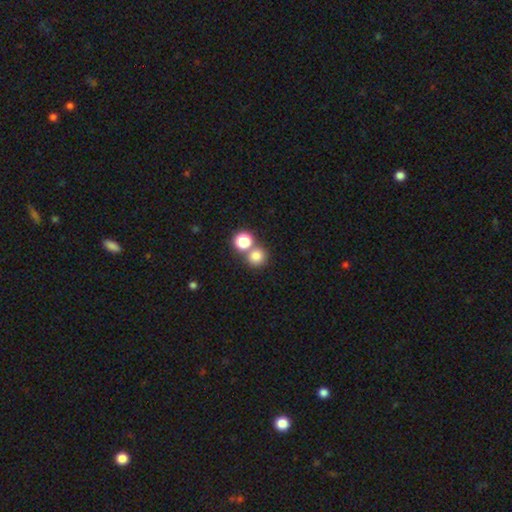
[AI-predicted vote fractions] Morphology: type=smooth (79%); roundness=round (89%); merging=none (59%).